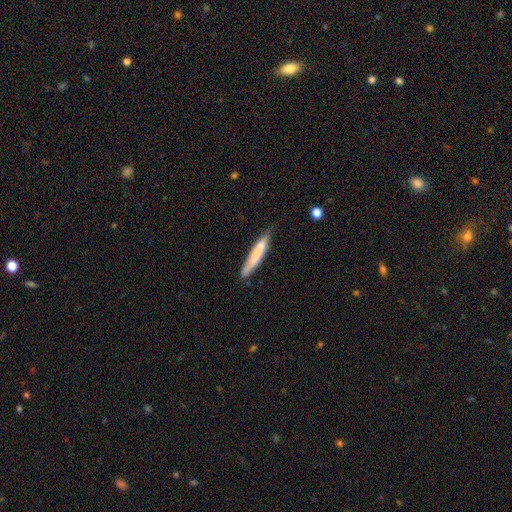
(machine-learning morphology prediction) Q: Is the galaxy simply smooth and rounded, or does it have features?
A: smooth — 67%.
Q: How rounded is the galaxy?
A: cigar-shaped — 92%.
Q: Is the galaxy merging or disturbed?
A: none — 70%.